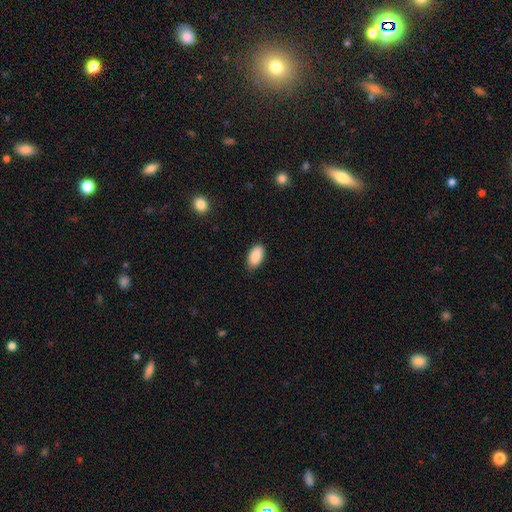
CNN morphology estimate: The model was most divided on "merging": none: 85%, minor disturbance: 12%, major disturbance: 2%, merger: 1%. More confident: how rounded — in between (95%); smooth or featured — smooth (90%).